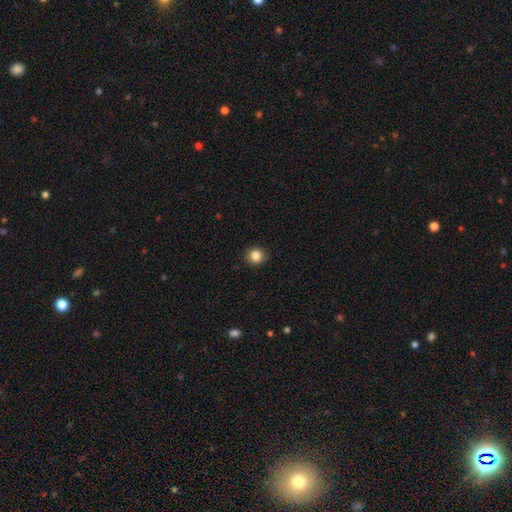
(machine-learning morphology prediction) A smooth galaxy with no disk features (85%) that is round (88%). Merging: none (91%).